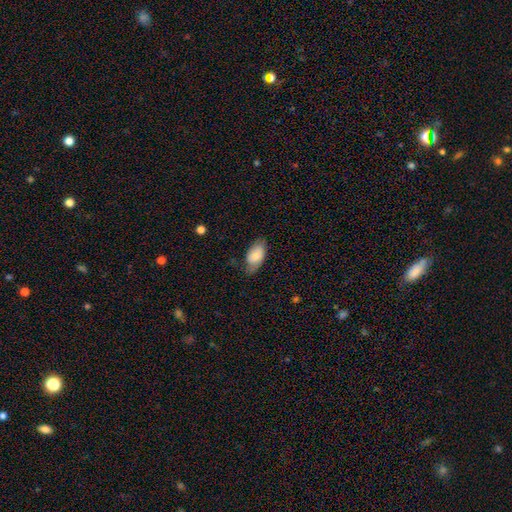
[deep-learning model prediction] Smooth or featured? Predicted: smooth (p=0.74). How rounded? Predicted: in between (p=0.94). Merging? Predicted: none (p=0.63).